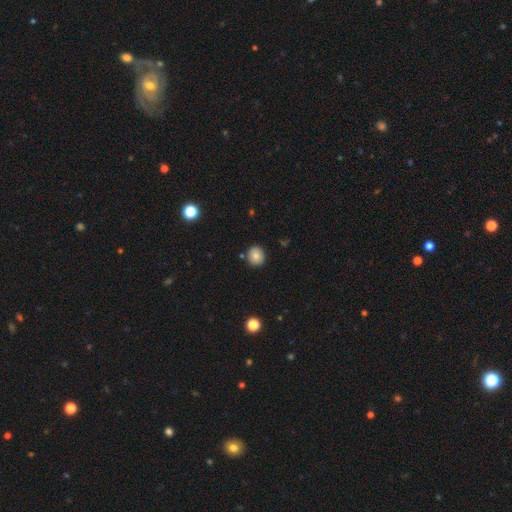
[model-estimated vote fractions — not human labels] Smooth or featured?
  - smooth: 80% *
  - star or artifact: 10%
  - featured or disk: 9%
How rounded?
  - round: 85% *
  - in between: 14%
  - cigar-shaped: 1%
Merging?
  - none: 87% *
  - minor disturbance: 8%
  - merger: 3%
  - major disturbance: 2%